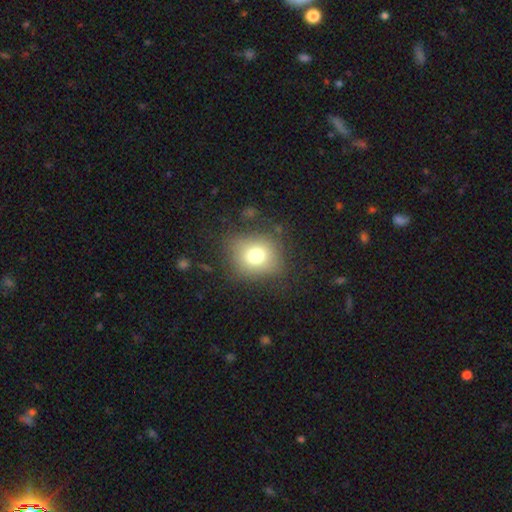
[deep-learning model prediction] Smooth or featured? Predicted: smooth (p=0.73). How rounded? Predicted: round (p=0.75). Merging? Predicted: none (p=0.77).